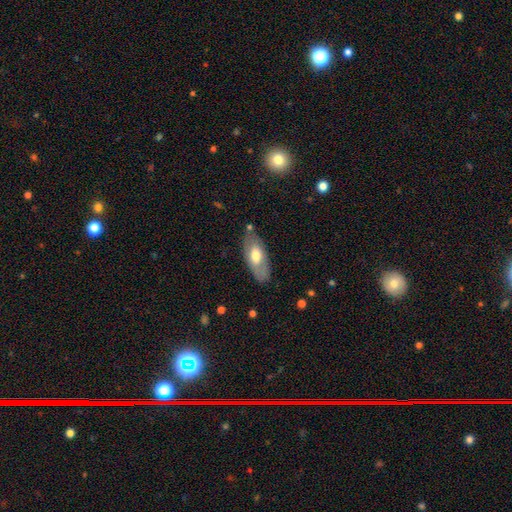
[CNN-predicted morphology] type=smooth (56%); roundness=in between (85%); merging=none (76%).